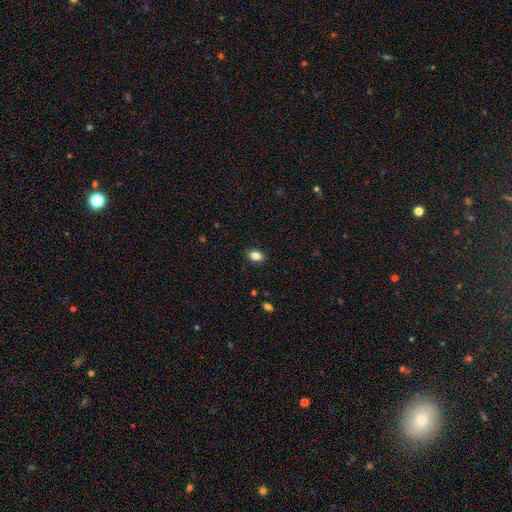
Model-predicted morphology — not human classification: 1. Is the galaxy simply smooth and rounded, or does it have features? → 85% smooth, 9% star or artifact, 6% featured or disk.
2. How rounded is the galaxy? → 83% in between, 15% round, 2% cigar-shaped.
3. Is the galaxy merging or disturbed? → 88% none, 9% minor disturbance, 2% major disturbance, 1% merger.